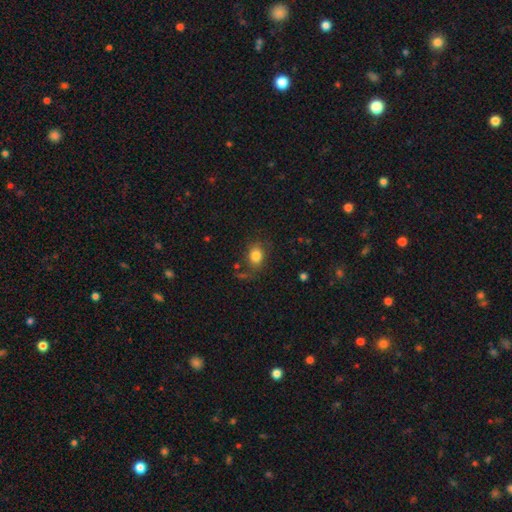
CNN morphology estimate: A smooth galaxy with no disk features (82%) that is in between round and cigar-shaped (64%). Merging: none (73%).